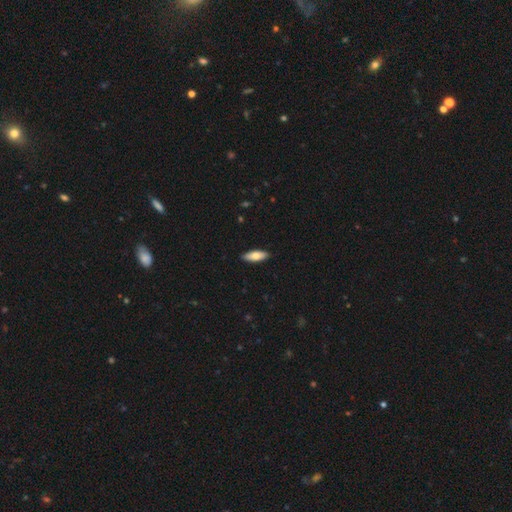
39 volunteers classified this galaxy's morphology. smooth 87%, featured or disk 10%, star or artifact 3%. Down the decision tree: how rounded — in between (76%); merging — none (95%).